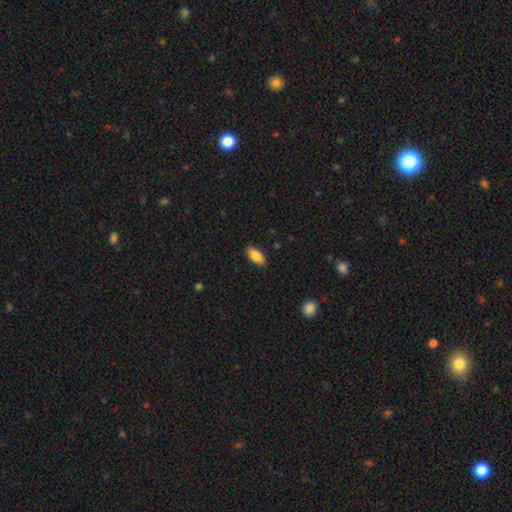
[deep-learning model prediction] Morphology: type=smooth (86%); roundness=in between (90%); merging=none (88%).